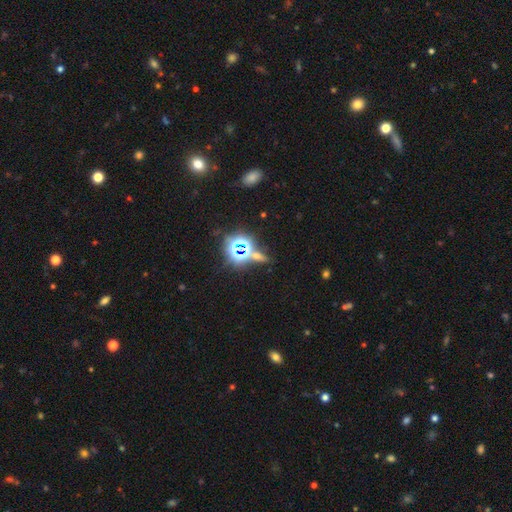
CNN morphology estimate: Q: Smooth or featured?
A: star or artifact (62%); runner-up: smooth (27%)